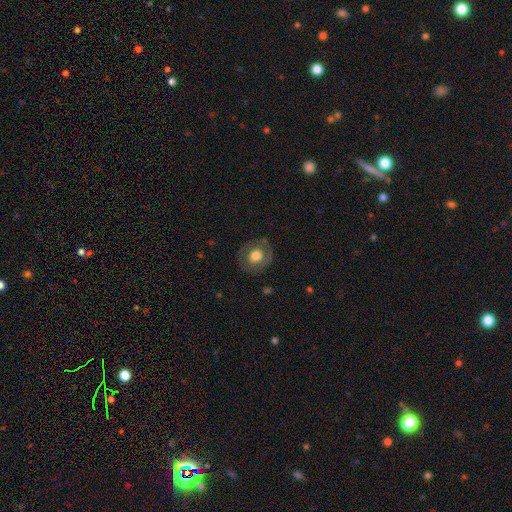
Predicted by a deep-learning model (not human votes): This appears to be a smooth galaxy with no disk features (58%) that is round (75%). Merging: none (79%).